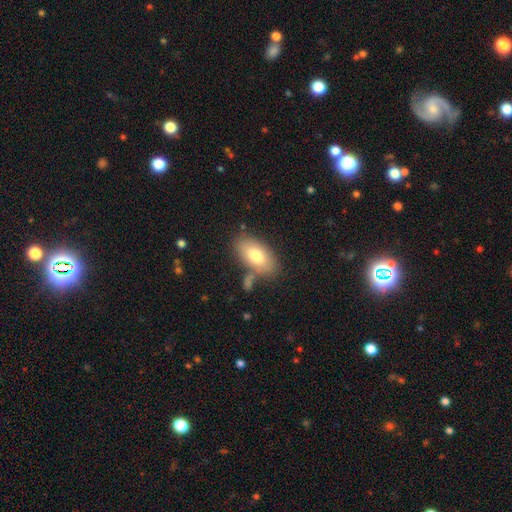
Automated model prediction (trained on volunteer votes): This is likely a smooth galaxy (76%). How rounded: clearly in between (93%). Merging: likely none (73%).